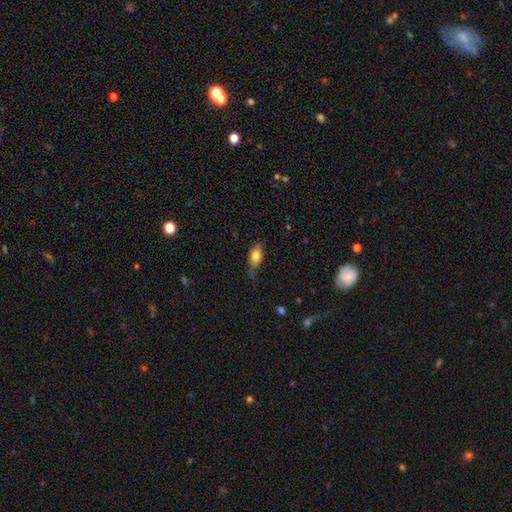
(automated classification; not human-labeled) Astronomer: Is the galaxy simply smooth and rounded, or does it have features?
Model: smooth — 76%.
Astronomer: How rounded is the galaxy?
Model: in between — 81%.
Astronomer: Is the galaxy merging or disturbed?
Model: none — 55% (runner-up: minor disturbance, 33%).